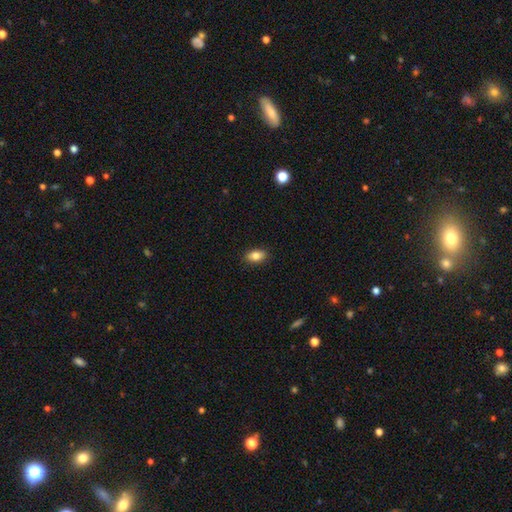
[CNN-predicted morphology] A smooth galaxy with no disk features (82%) that is in between round and cigar-shaped (88%).

Vote fractions:
- Smooth or featured? smooth: 82% / featured or disk: 10% / star or artifact: 8%
- How rounded? in between: 88% / round: 8% / cigar-shaped: 4%
- Merging? none: 88% / minor disturbance: 9% / major disturbance: 2% / merger: 1%